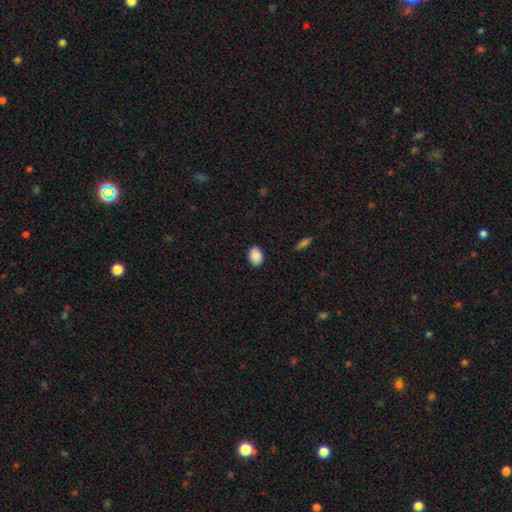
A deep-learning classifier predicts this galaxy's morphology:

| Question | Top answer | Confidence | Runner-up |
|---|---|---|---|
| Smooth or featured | smooth | 90% | star or artifact (7%) |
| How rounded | in between | 84% | round (15%) |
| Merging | none | 88% | minor disturbance (9%) |